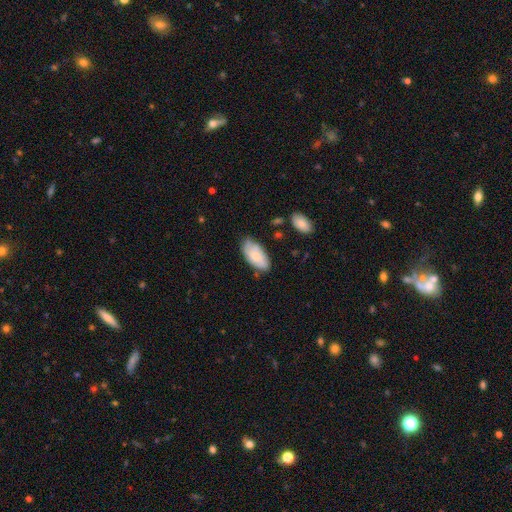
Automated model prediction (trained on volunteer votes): This appears to be a smooth galaxy with no disk features (68%) that is in between round and cigar-shaped (94%). Merging: none (69%).